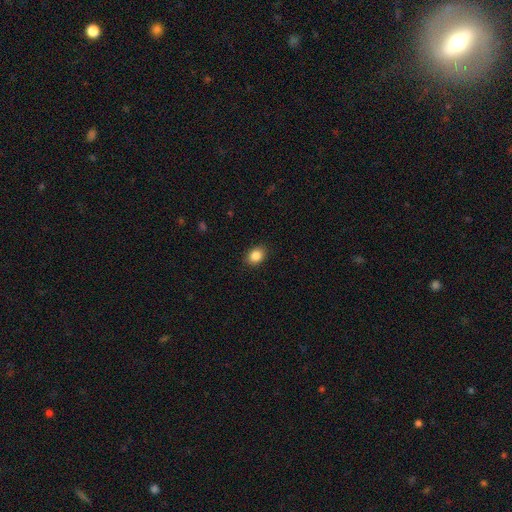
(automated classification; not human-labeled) Q: Smooth or featured?
A: smooth (86%); runner-up: star or artifact (9%)
Q: How rounded?
A: in between (63%); runner-up: round (36%)
Q: Merging?
A: none (88%); runner-up: minor disturbance (8%)